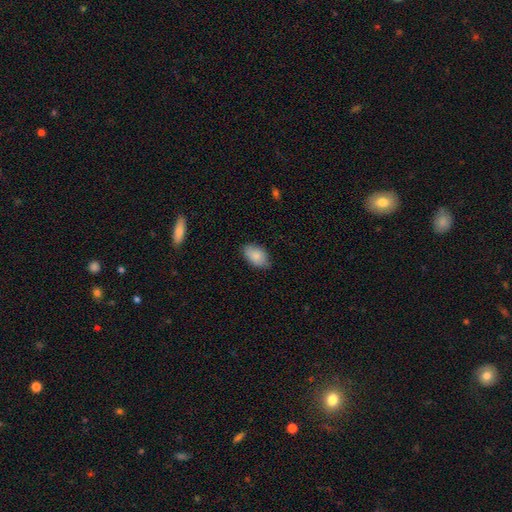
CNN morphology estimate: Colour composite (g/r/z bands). It shows a smooth galaxy with no disk features (86%) that is in between round and cigar-shaped (91%). Merging: none (79%).